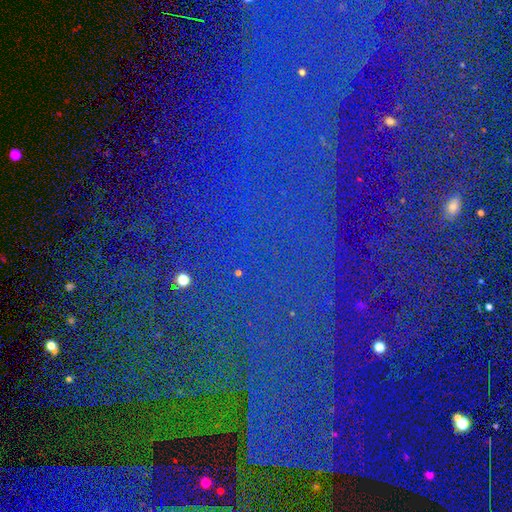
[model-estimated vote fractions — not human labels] star or artifact 86%, smooth 7%, featured or disk 6%.